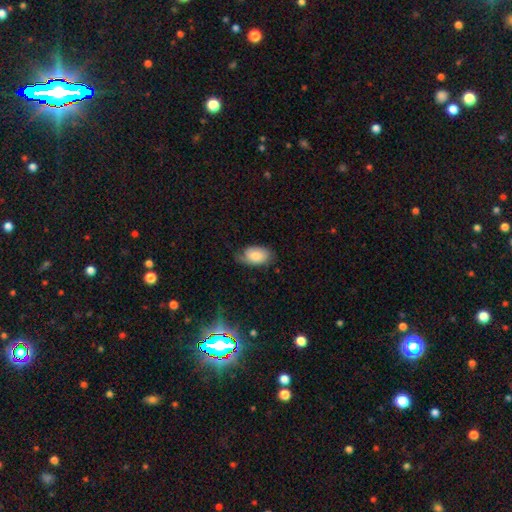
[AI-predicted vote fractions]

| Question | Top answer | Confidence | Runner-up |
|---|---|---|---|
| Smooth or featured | smooth | 70% | featured or disk (23%) |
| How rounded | in between | 92% | round (7%) |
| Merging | none | 51% | minor disturbance (35%) |